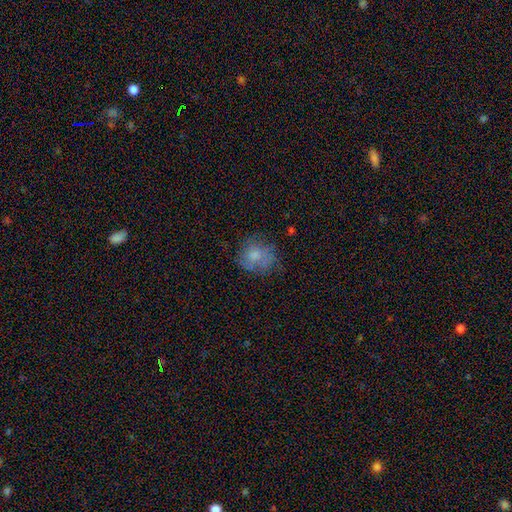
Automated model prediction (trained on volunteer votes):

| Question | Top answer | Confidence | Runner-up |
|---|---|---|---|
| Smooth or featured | smooth | 68% | featured or disk (21%) |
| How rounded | round | 76% | in between (23%) |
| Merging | none | 60% | minor disturbance (24%) |